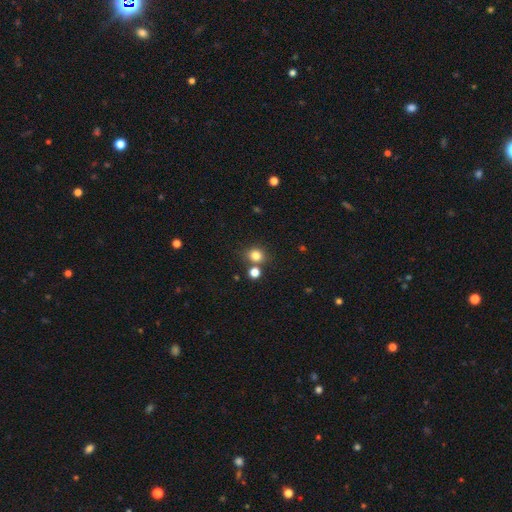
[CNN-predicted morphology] Overall: smooth (81%). How rounded: round (80%). Merging: none (72%).